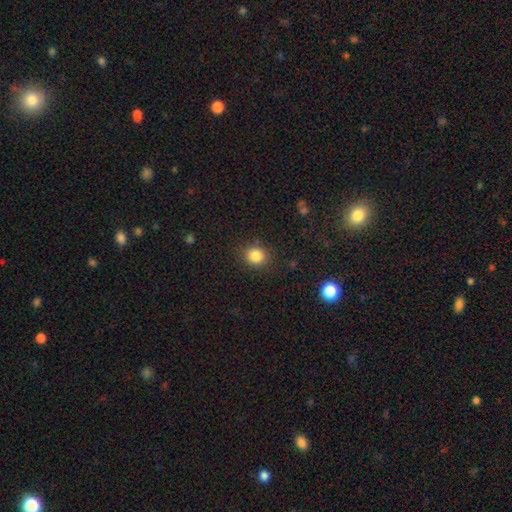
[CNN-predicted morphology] type=smooth (85%); roundness=round (81%); merging=none (87%).